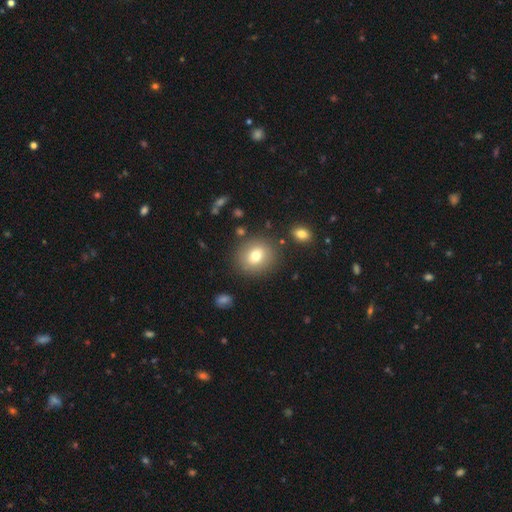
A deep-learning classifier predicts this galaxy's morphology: Smooth or featured?
  - smooth: 74% *
  - featured or disk: 15%
  - star or artifact: 11%
How rounded?
  - round: 76% *
  - in between: 23%
  - cigar-shaped: 1%
Merging?
  - none: 84% *
  - minor disturbance: 9%
  - merger: 4%
  - major disturbance: 3%